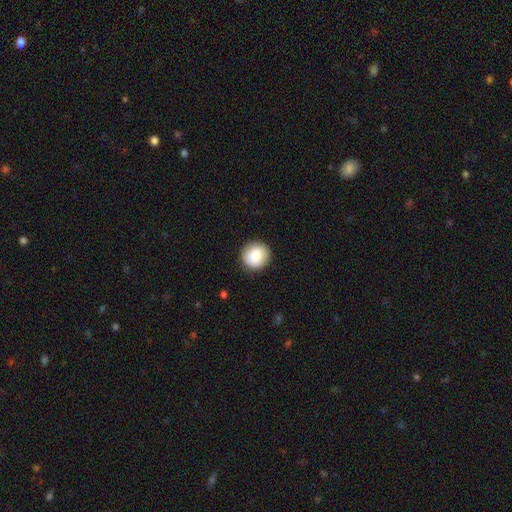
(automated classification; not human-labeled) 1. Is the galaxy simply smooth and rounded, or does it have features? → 82% smooth, 10% featured or disk, 7% star or artifact.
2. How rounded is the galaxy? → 93% round, 6% in between, 1% cigar-shaped.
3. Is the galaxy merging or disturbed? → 90% none, 7% minor disturbance, 2% major disturbance, 1% merger.